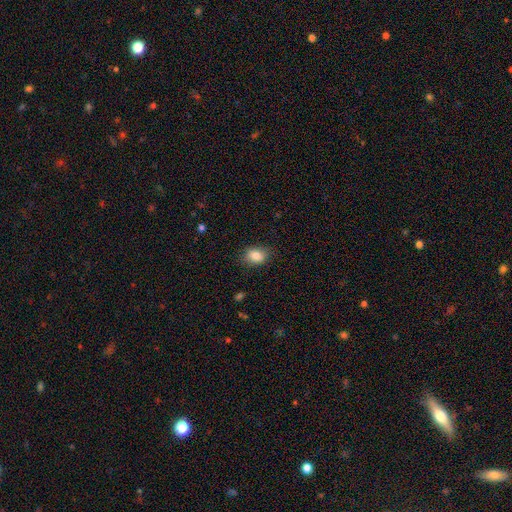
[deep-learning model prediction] The model was most divided on "how rounded": in between: 68%, round: 30%, cigar-shaped: 1%. More confident: smooth or featured — smooth (84%); merging — none (80%).